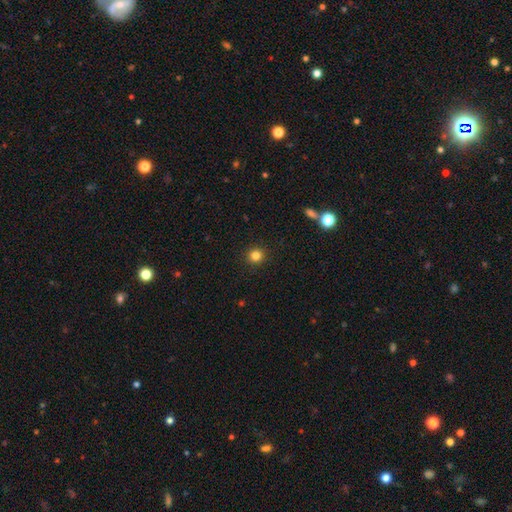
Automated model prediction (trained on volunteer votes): This is clearly a smooth galaxy (82%). How rounded: clearly round (92%). Merging: clearly none (92%).